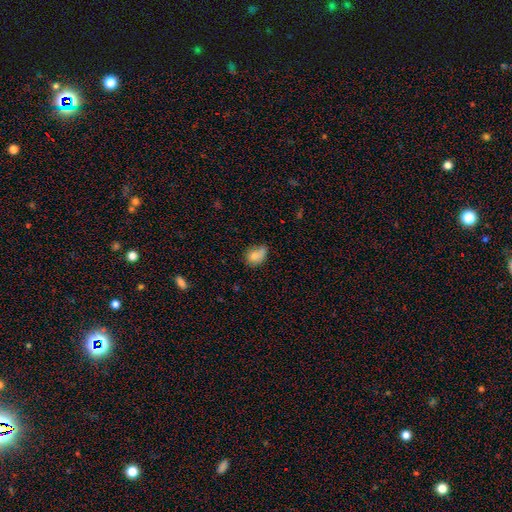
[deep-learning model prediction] Overall: smooth (76%). How rounded: in between (58%; round 41%). Merging: none (37%; minor disturbance 31%).